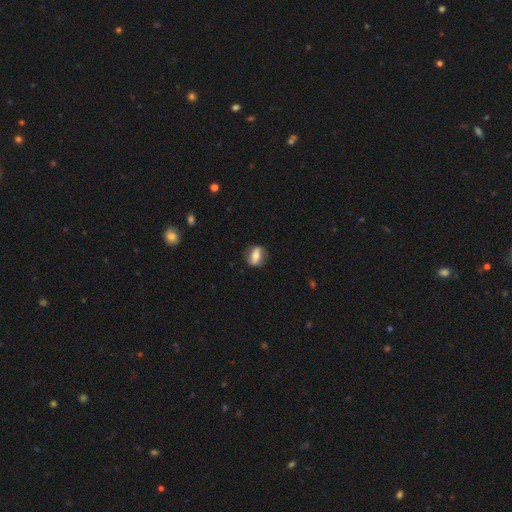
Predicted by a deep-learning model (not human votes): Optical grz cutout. It shows a smooth galaxy with no disk features (50%). Merging: none (80%).